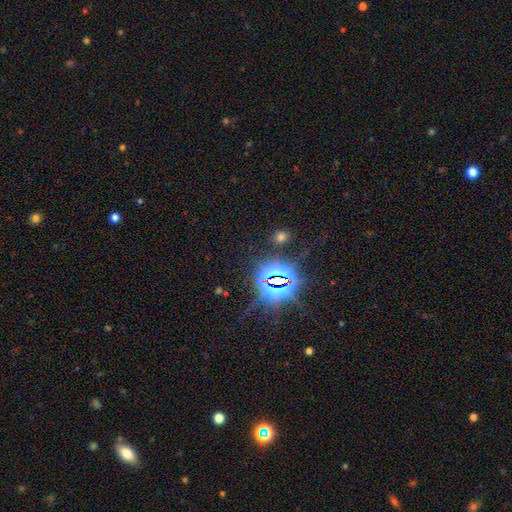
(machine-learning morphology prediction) Overall: star or artifact (83%).